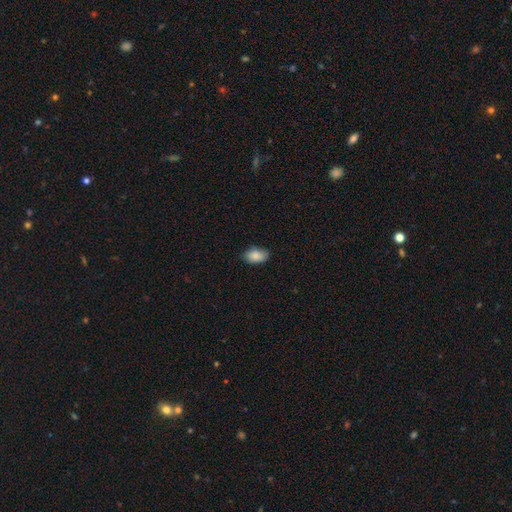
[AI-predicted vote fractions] smooth-or-featured: smooth: 88% | star or artifact: 7% | featured or disk: 5%
  how-rounded: in between: 91% | round: 8% | cigar-shaped: 1%
  merging: none: 81% | minor disturbance: 15% | major disturbance: 2% | merger: 1%